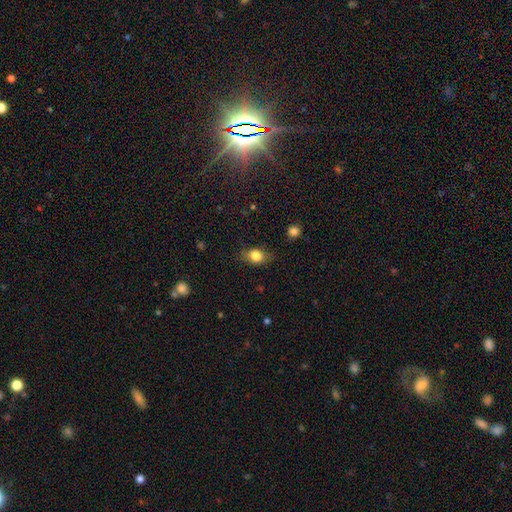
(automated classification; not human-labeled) Morphology: type=smooth (80%); roundness=in between (69%); merging=none (79%).